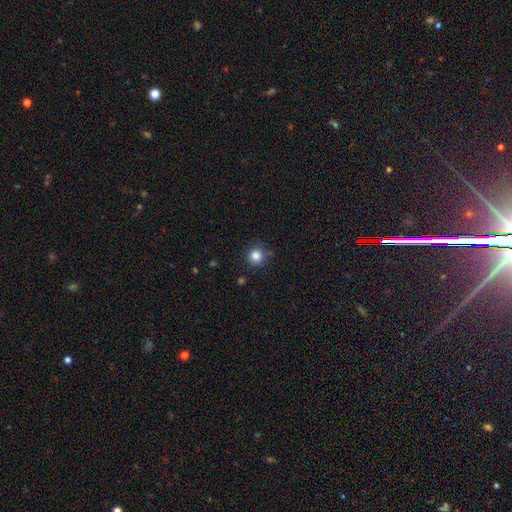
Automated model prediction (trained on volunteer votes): Smooth or featured?
  - smooth: 84% *
  - star or artifact: 12%
  - featured or disk: 4%
How rounded?
  - round: 94% *
  - in between: 6%
  - cigar-shaped: 1%
Merging?
  - none: 85% *
  - minor disturbance: 10%
  - major disturbance: 3%
  - merger: 2%